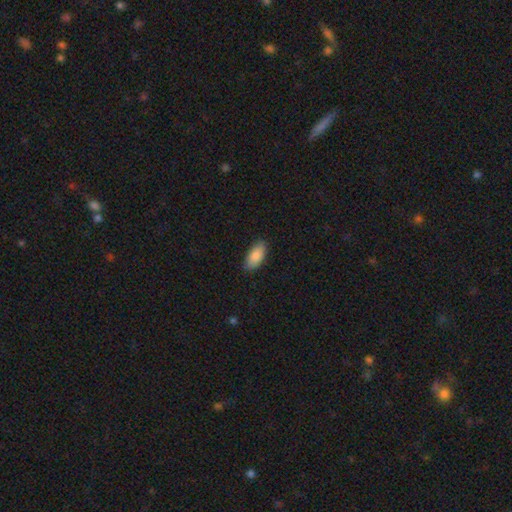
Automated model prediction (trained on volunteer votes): smooth_or_featured: smooth (p=0.87) [alt: featured or disk p=0.07]
how_rounded: in between (p=0.90) [alt: cigar-shaped p=0.08]
merging: none (p=0.86) [alt: minor disturbance p=0.11]